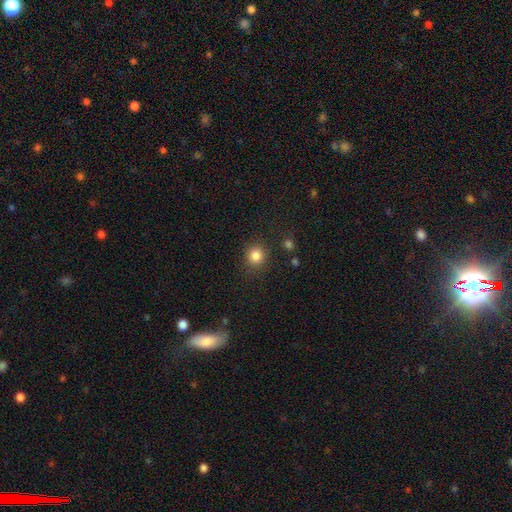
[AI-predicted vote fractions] A smooth galaxy with no disk features (84%) that is round (89%). Merging: none (87%).